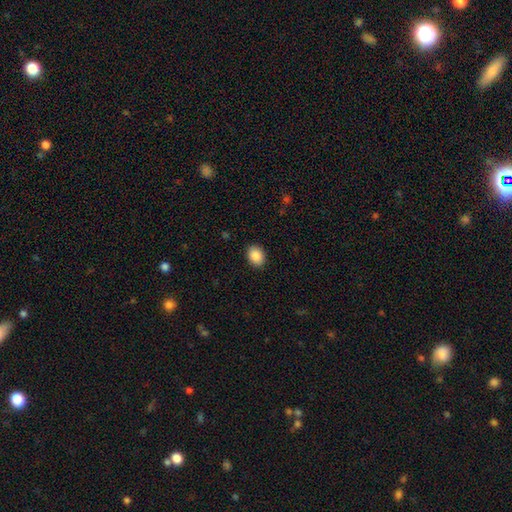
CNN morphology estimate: Overall: smooth (89%). How rounded: in between (57%; round 42%). Merging: none (90%).